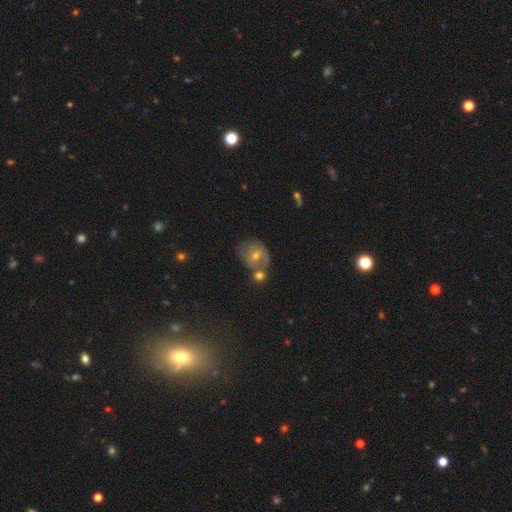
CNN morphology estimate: Smooth or featured? Predicted: featured or disk (p=0.47). Merging? Predicted: none (p=0.41).